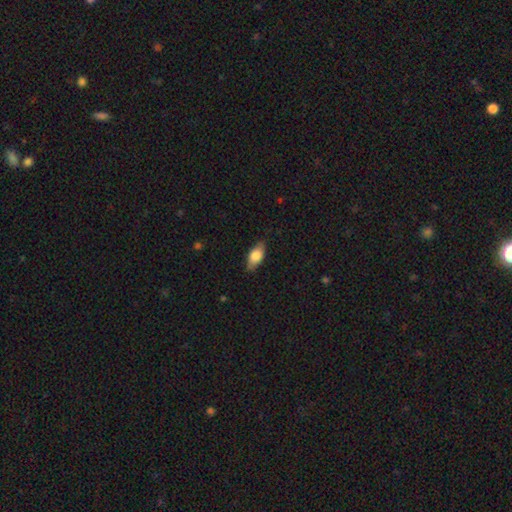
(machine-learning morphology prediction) This appears to be a smooth galaxy with no disk features (75%) that is in between round and cigar-shaped (86%). Merging: none (82%).